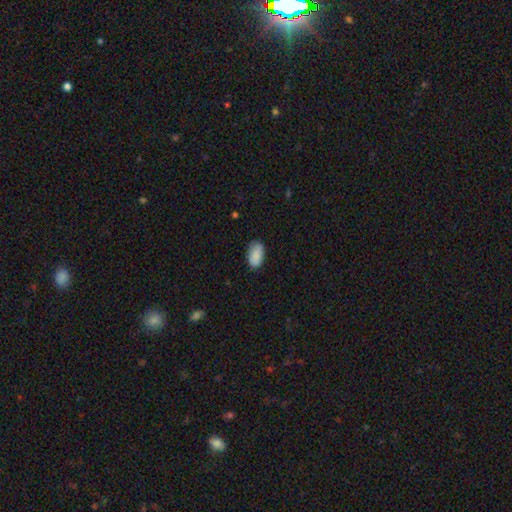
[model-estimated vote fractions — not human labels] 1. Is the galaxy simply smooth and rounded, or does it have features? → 89% smooth, 7% star or artifact, 4% featured or disk.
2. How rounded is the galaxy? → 94% in between, 4% round, 2% cigar-shaped.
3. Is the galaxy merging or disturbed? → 80% none, 16% minor disturbance, 3% major disturbance, 1% merger.